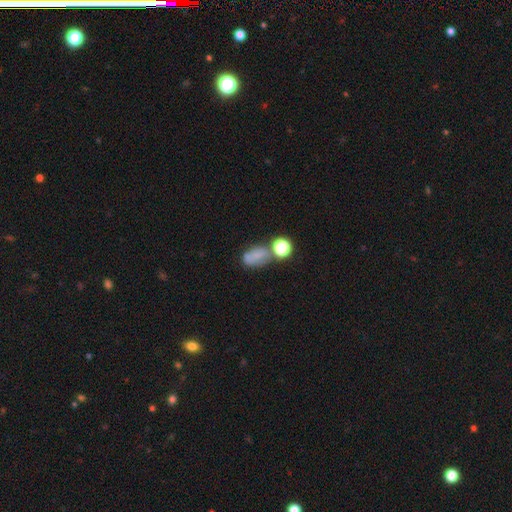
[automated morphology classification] Q: Smooth or featured?
A: smooth (59%); runner-up: featured or disk (22%)
Q: How rounded?
A: in between (75%); runner-up: round (22%)
Q: Merging?
A: none (39%); runner-up: merger (26%)